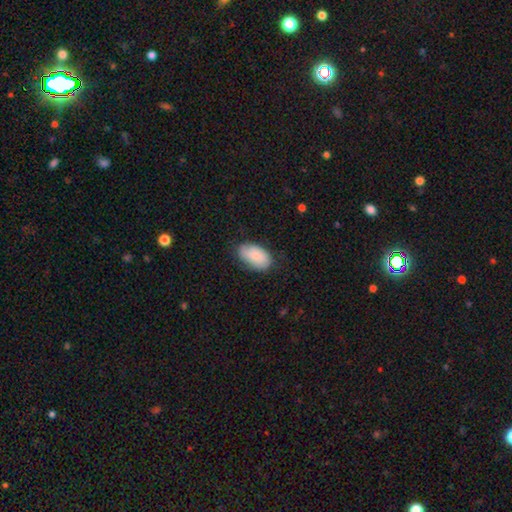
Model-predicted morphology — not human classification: Smooth or featured? Predicted: smooth (p=0.78). How rounded? Predicted: in between (p=0.94). Merging? Predicted: none (p=0.69).